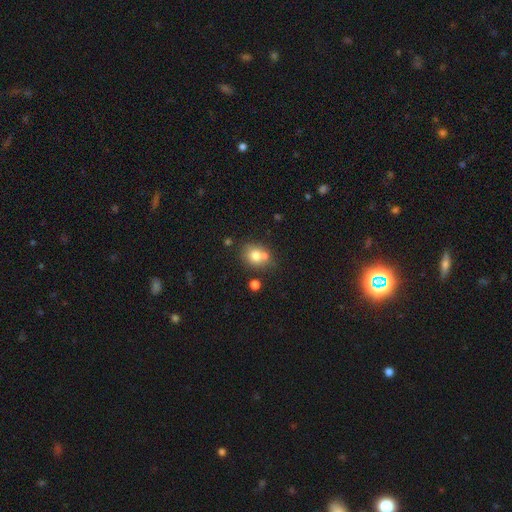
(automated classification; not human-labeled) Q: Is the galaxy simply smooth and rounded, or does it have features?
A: smooth — 73%.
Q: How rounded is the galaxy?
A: round — 64%.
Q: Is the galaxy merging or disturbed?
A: none — 51%.